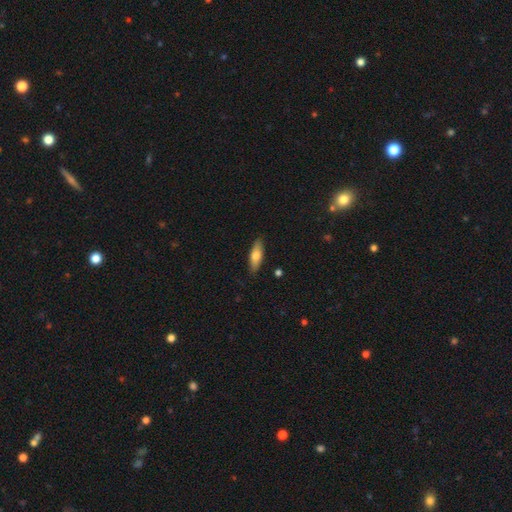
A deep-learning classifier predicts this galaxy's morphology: Smooth or featured: smooth — 69% (featured or disk — 25%)
How rounded: in between — 57% (cigar-shaped — 40%)
Merging: none — 86% (minor disturbance — 10%)